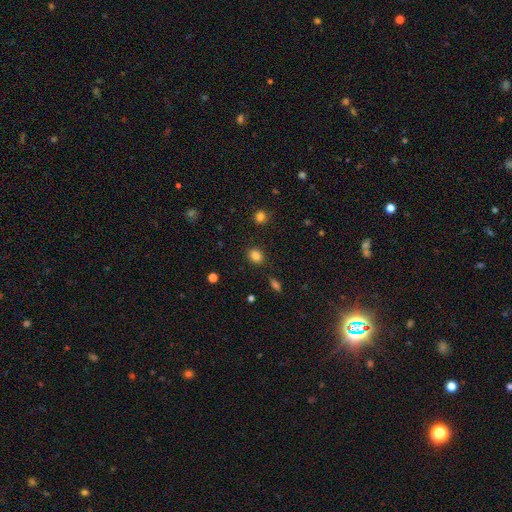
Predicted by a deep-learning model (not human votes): This is clearly a smooth galaxy (84%). How rounded: possibly round (55%). Merging: clearly none (87%).